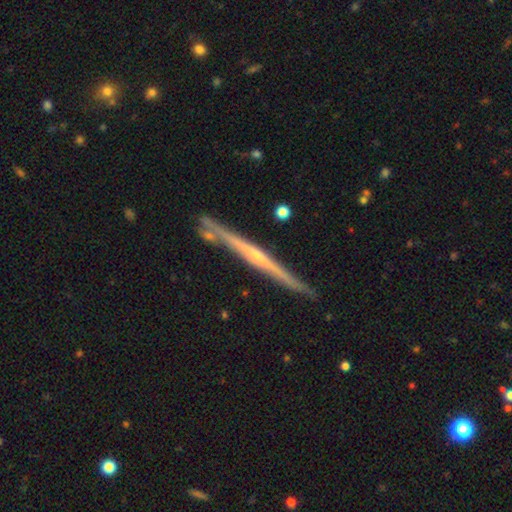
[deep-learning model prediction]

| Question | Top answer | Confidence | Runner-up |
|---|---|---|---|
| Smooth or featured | featured or disk | 79% | smooth (16%) |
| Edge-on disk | yes | 98% | no (2%) |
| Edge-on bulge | rounded | 48% | none (45%) |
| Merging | none | 85% | minor disturbance (10%) |